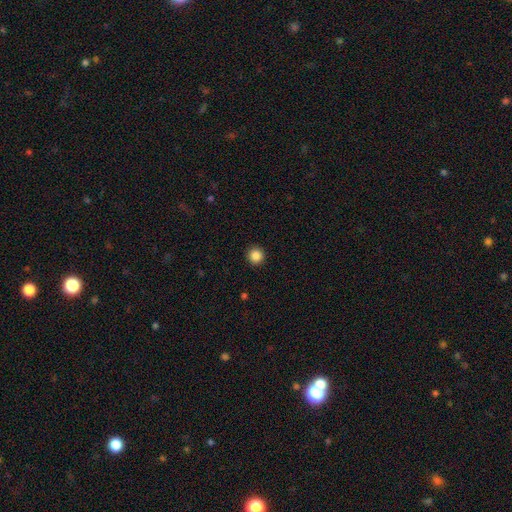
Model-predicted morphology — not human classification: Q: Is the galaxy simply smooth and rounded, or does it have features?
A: smooth — 86%.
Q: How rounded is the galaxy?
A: round — 95%.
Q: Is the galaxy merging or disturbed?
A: none — 93%.